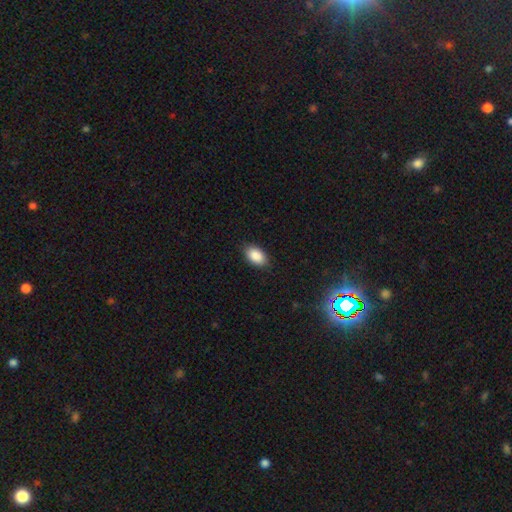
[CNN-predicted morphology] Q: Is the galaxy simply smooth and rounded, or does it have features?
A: smooth — 89%.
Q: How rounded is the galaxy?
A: in between — 92%.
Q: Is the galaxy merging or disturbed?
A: none — 87%.